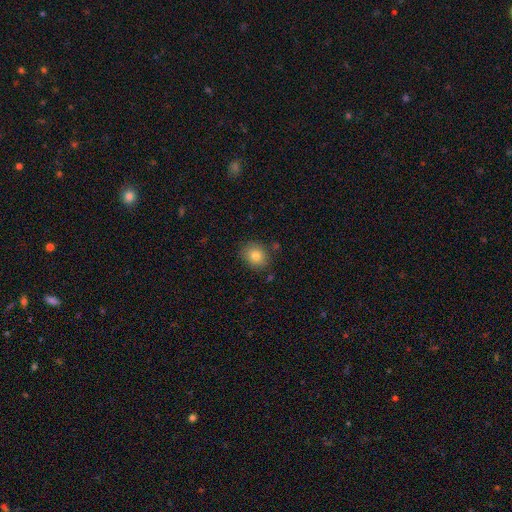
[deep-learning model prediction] Smooth or featured? smooth (80%)
How rounded? round (67%)
Merging? none (84%)